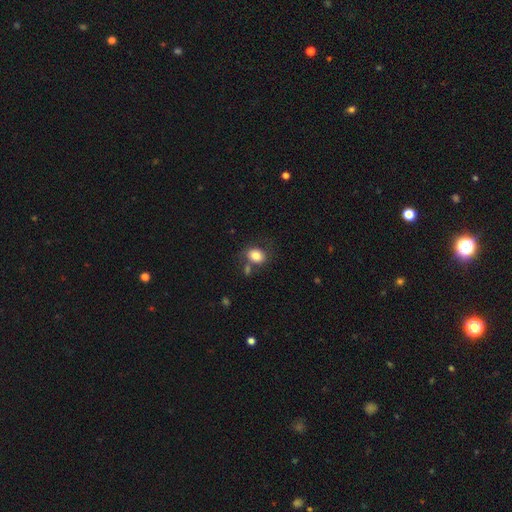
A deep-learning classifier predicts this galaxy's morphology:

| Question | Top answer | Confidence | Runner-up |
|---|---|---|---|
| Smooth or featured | smooth | 80% | featured or disk (10%) |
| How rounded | in between | 61% | round (38%) |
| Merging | none | 60% | minor disturbance (17%) |